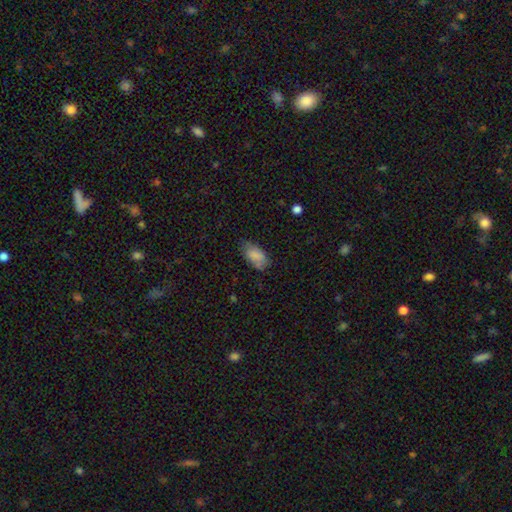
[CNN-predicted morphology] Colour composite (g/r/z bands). It shows a smooth galaxy with no disk features (83%) that is in between round and cigar-shaped (93%). Merging: none (65%).